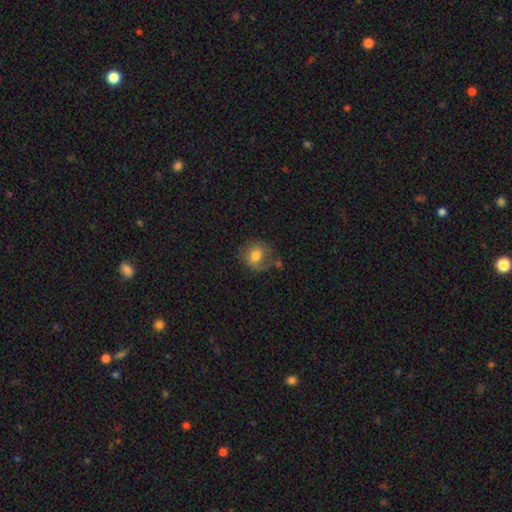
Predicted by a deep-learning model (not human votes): smooth 71%, featured or disk 20%, star or artifact 10%. Down the decision tree: how rounded — round (74%); merging — none (59%).